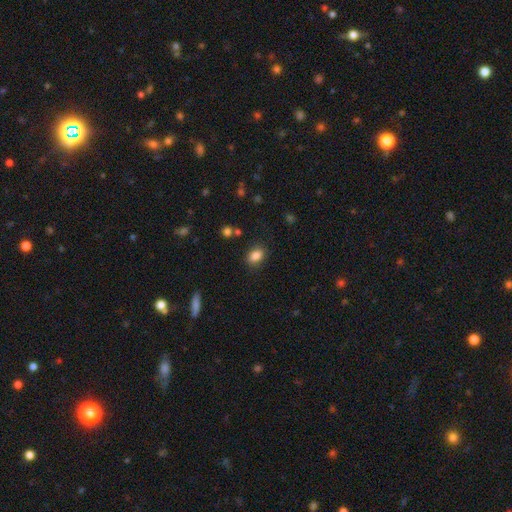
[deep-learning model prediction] smooth_or_featured: smooth (p=0.85) [alt: star or artifact p=0.10]
how_rounded: in between (p=0.73) [alt: round p=0.26]
merging: none (p=0.84) [alt: minor disturbance p=0.11]